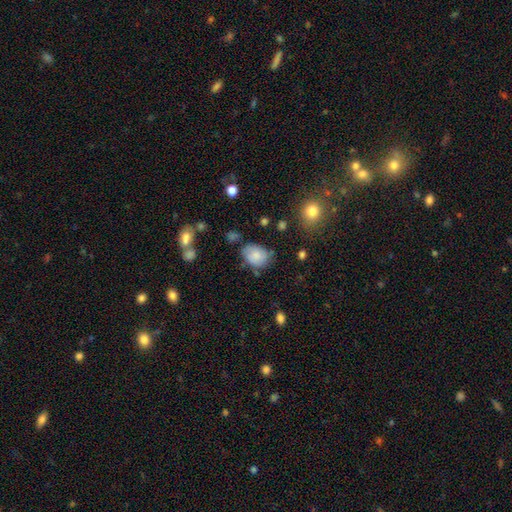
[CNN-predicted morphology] This appears to be a smooth galaxy with no disk features (79%) that is in between round and cigar-shaped (64%). Merging: none (62%).